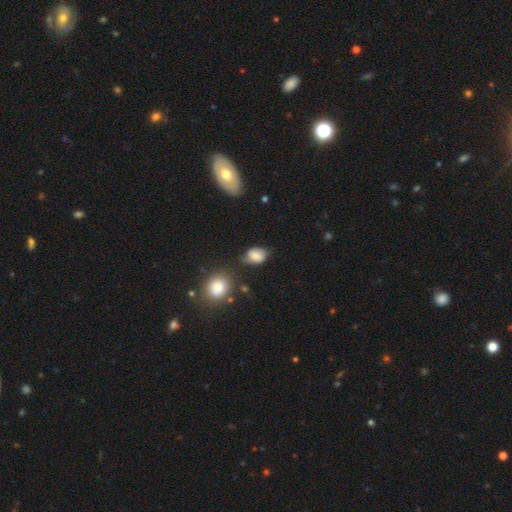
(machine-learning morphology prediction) smooth_or_featured: smooth (p=0.80) [alt: featured or disk p=0.10]
how_rounded: in between (p=0.72) [alt: round p=0.26]
merging: none (p=0.60) [alt: minor disturbance p=0.27]